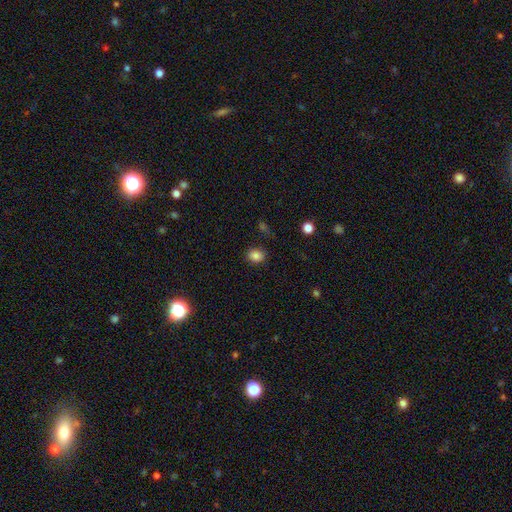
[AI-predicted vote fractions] smooth 82%, star or artifact 11%, featured or disk 6%. Down the decision tree: how rounded — in between (53%); merging — none (84%).